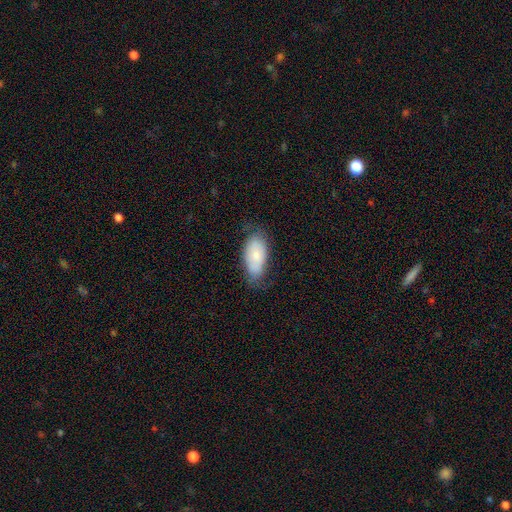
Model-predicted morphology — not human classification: Overall: smooth (73%). How rounded: in between (92%). Merging: none (62%; minor disturbance 28%).